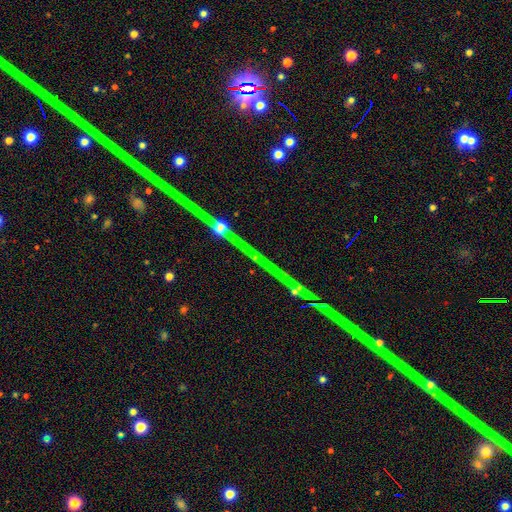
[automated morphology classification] Smooth or featured? Predicted: star or artifact (p=0.81).